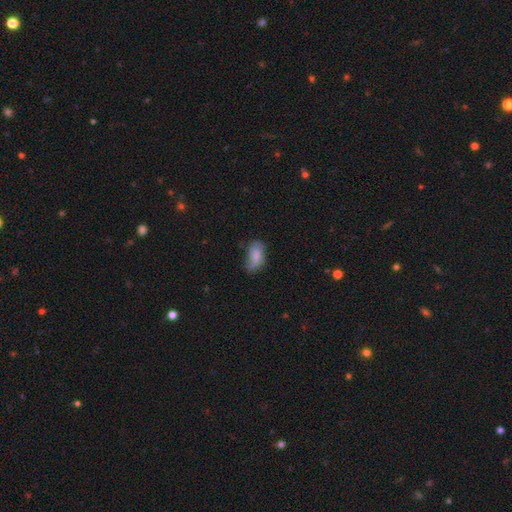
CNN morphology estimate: Smooth or featured? smooth (72%)
How rounded? in between (91%)
Merging? none (48%)